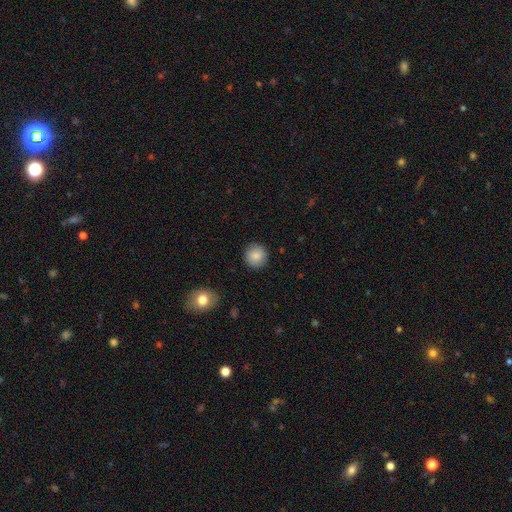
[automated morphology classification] The model was most divided on "smooth or featured": smooth: 86%, star or artifact: 8%, featured or disk: 5%. More confident: how rounded — round (93%); merging — none (91%).